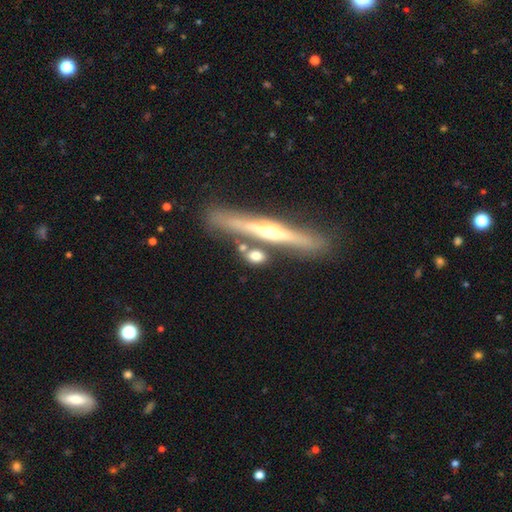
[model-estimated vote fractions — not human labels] Smooth or featured?
  - smooth: 48% *
  - featured or disk: 45%
  - star or artifact: 8%
Merging?
  - none: 67% *
  - merger: 16%
  - minor disturbance: 13%
  - major disturbance: 4%